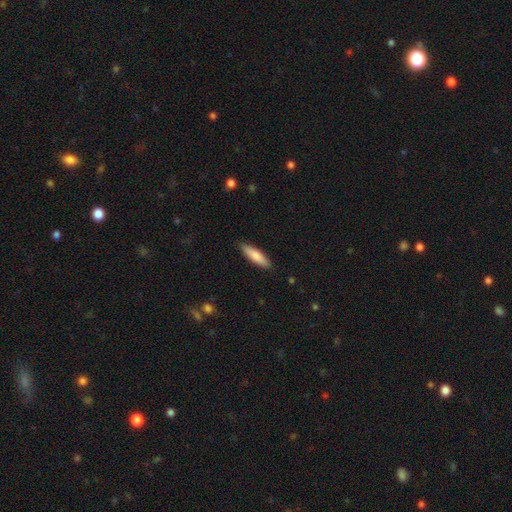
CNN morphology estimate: Smooth or featured? Predicted: smooth (p=0.81). How rounded? Predicted: cigar-shaped (p=0.67). Merging? Predicted: none (p=0.88).